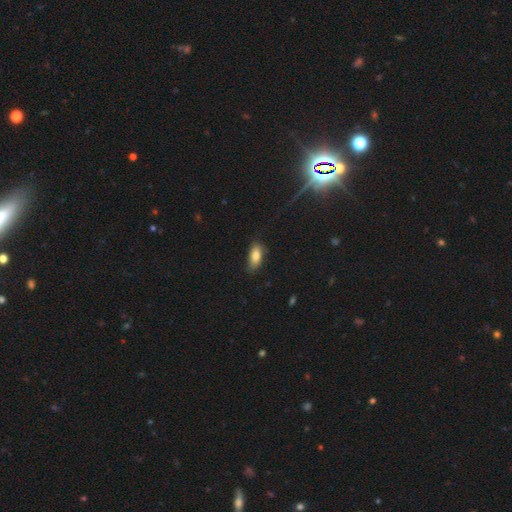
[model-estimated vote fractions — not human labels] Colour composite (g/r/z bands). It shows a smooth galaxy with no disk features (81%) that is in between round and cigar-shaped (84%). Merging: none (73%).